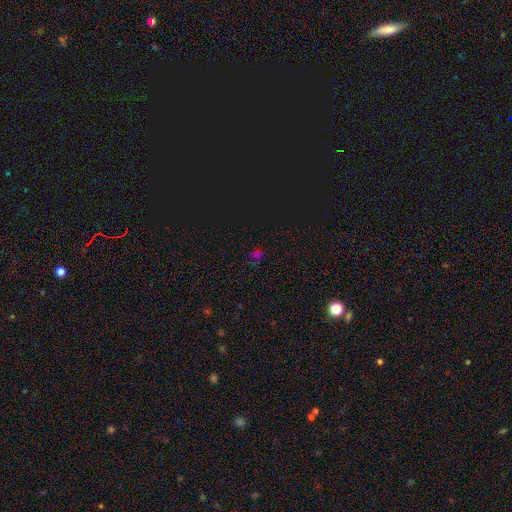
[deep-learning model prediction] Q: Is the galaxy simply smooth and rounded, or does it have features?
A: star or artifact — 58%.